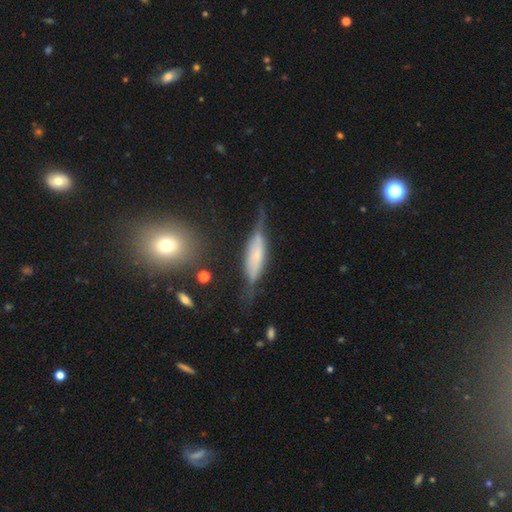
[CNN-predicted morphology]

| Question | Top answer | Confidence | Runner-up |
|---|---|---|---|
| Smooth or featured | featured or disk | 58% | smooth (34%) |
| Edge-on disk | yes | 83% | no (17%) |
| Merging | none | 53% | minor disturbance (29%) |